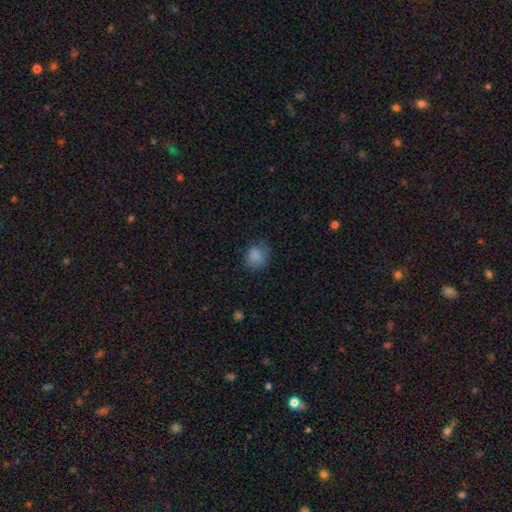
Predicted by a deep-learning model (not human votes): Overall: smooth (84%). How rounded: round (68%; in between 31%). Merging: none (72%).